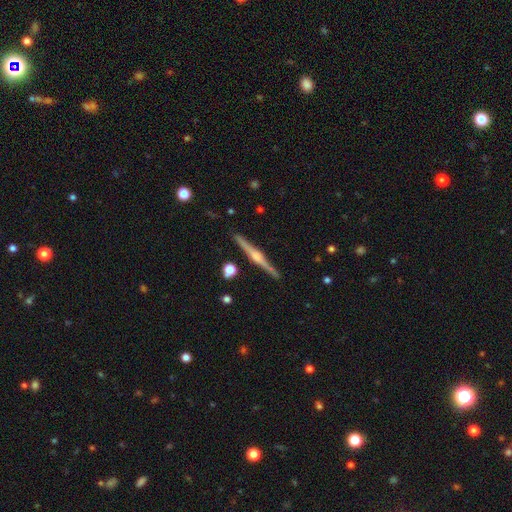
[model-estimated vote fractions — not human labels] smooth-or-featured: featured or disk: 81% | smooth: 13% | star or artifact: 6%
  disk-edge-on: yes: 98% | no: 2%
    edge-on-bulge: rounded: 80% | boxy: 13% | none: 7%
  merging: none: 91% | minor disturbance: 6% | merger: 1% | major disturbance: 1%